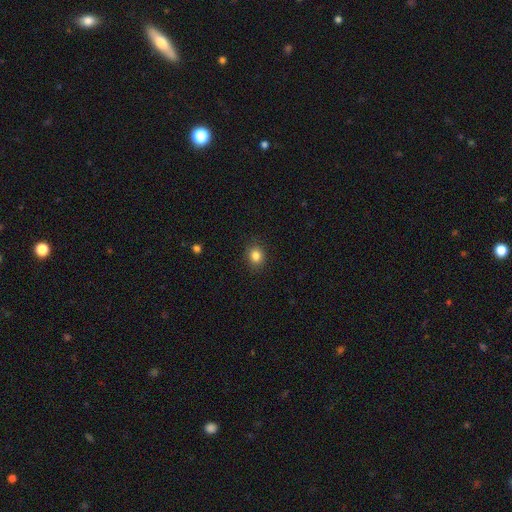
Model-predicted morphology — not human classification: Smooth or featured: smooth — 84% (star or artifact — 11%)
How rounded: round — 70% (in between — 29%)
Merging: none — 88% (minor disturbance — 8%)